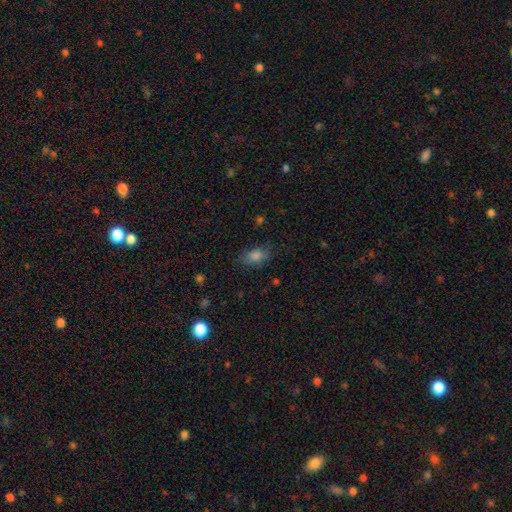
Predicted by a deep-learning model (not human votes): Smooth or featured: smooth — 80% (star or artifact — 11%)
How rounded: in between — 85% (round — 11%)
Merging: none — 79% (minor disturbance — 15%)